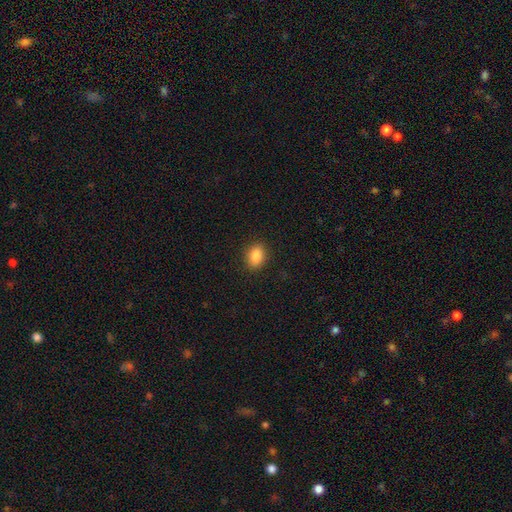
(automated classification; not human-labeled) Smooth or featured? Predicted: smooth (p=0.86). How rounded? Predicted: in between (p=0.74). Merging? Predicted: none (p=0.89).